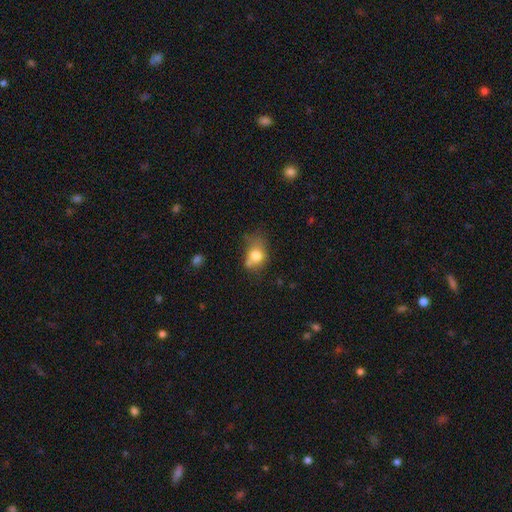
Smooth or featured? 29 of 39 (74%) said smooth. How rounded? 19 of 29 (66%) said in between. Merging? 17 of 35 (49%) said none.